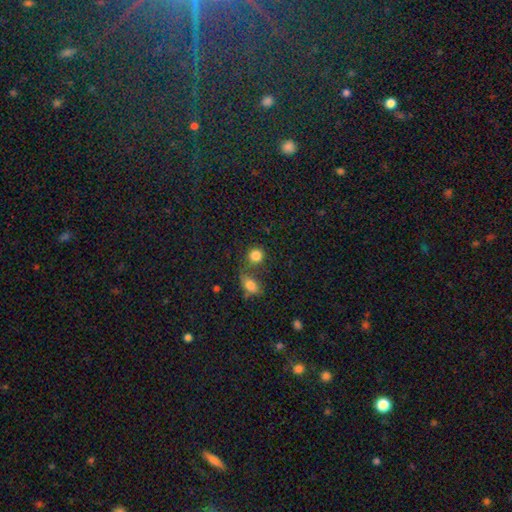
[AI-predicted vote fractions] smooth_or_featured: smooth (p=0.84) [alt: star or artifact p=0.11]
how_rounded: round (p=0.79) [alt: in between p=0.20]
merging: none (p=0.64) [alt: merger p=0.21]